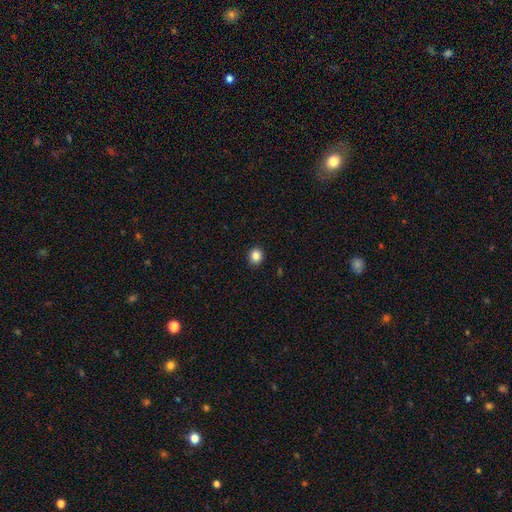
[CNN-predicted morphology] A smooth galaxy with no disk features (85%) that is round (83%). Merging: none (92%).